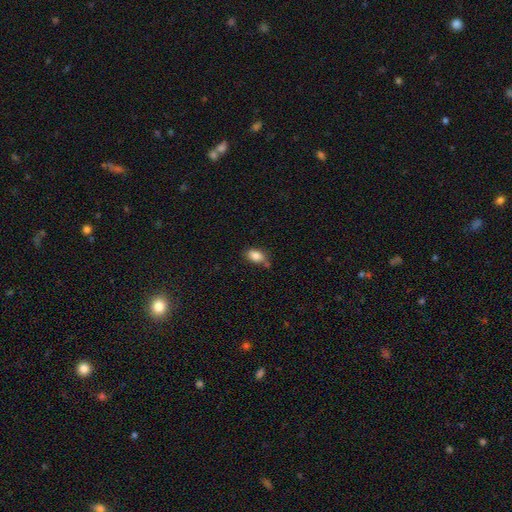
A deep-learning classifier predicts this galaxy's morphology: Smooth or featured?
  - smooth: 84% *
  - star or artifact: 8%
  - featured or disk: 7%
How rounded?
  - in between: 87% *
  - round: 10%
  - cigar-shaped: 2%
Merging?
  - none: 58% *
  - minor disturbance: 25%
  - merger: 11%
  - major disturbance: 6%